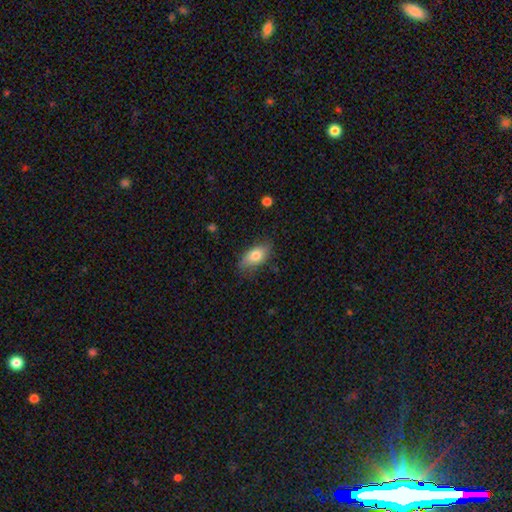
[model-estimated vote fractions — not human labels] Morphology: type=smooth (76%); roundness=in between (89%); merging=none (75%).